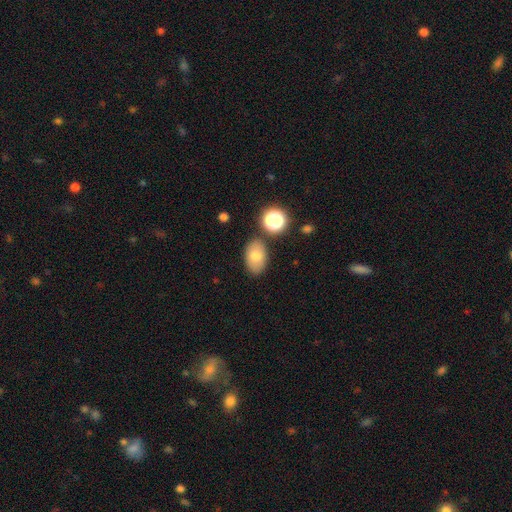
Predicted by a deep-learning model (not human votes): A smooth galaxy with no disk features (76%) that is in between round and cigar-shaped (86%).

Vote fractions:
- Smooth or featured? smooth: 76% / featured or disk: 14% / star or artifact: 10%
- How rounded? in between: 86% / round: 13% / cigar-shaped: 1%
- Merging? none: 79% / minor disturbance: 12% / merger: 6% / major disturbance: 3%